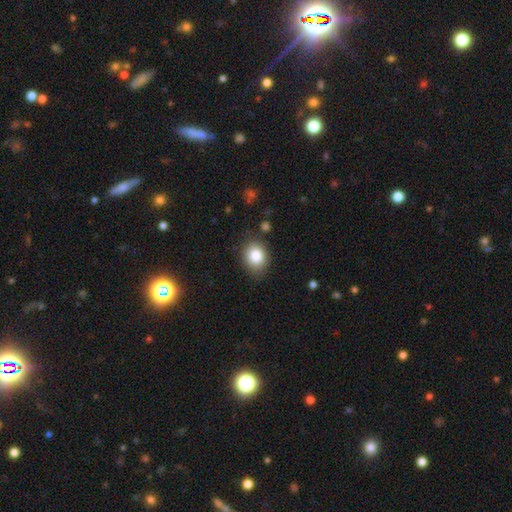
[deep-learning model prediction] smooth_or_featured: smooth (p=0.84) [alt: star or artifact p=0.09]
how_rounded: round (p=0.50) [alt: in between p=0.49]
merging: none (p=0.81) [alt: minor disturbance p=0.13]